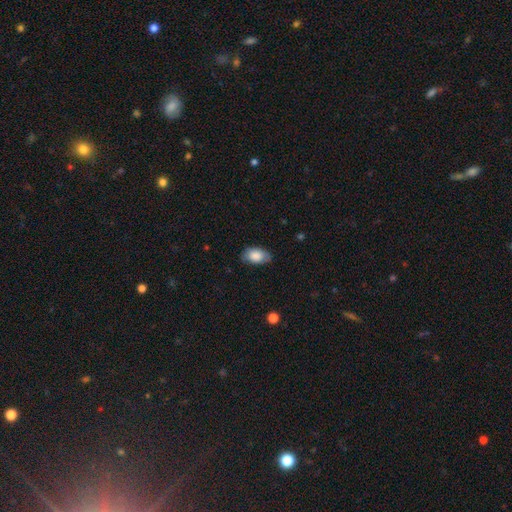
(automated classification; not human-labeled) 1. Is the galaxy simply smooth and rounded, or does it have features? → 85% smooth, 9% featured or disk, 7% star or artifact.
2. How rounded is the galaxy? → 92% in between, 6% round, 2% cigar-shaped.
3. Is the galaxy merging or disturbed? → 76% none, 20% minor disturbance, 4% major disturbance, 1% merger.